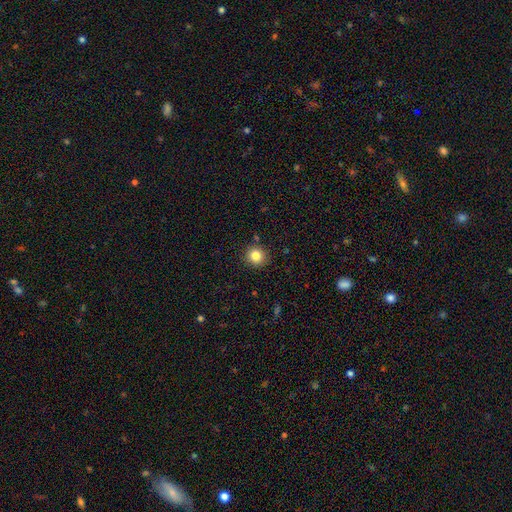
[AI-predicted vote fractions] Smooth or featured? smooth (83%)
How rounded? round (91%)
Merging? none (89%)